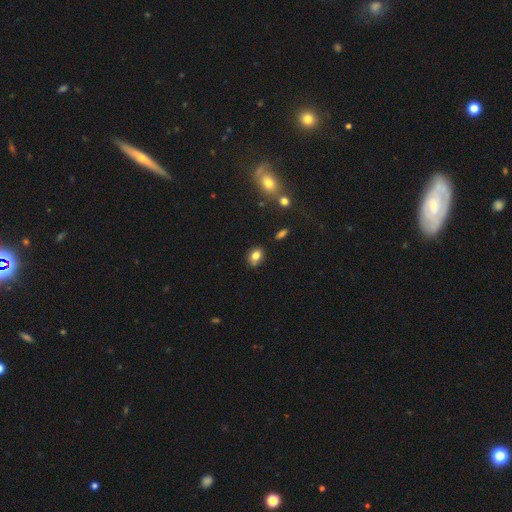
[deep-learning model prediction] This appears to be a smooth galaxy with no disk features (80%) that is in between round and cigar-shaped (67%). Merging: none (75%).